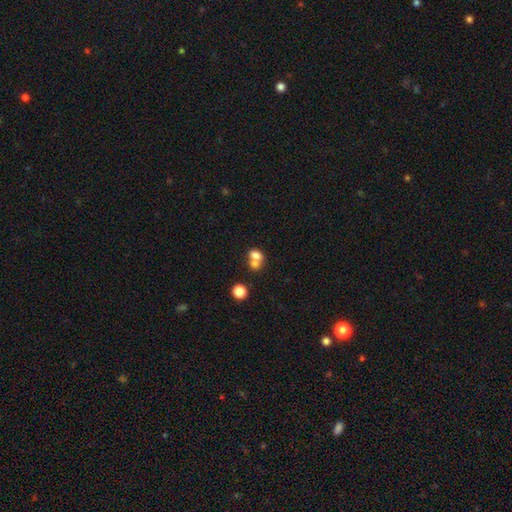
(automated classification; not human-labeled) Smooth or featured? smooth (73%)
How rounded? in between (57%)
Merging? merger (62%)